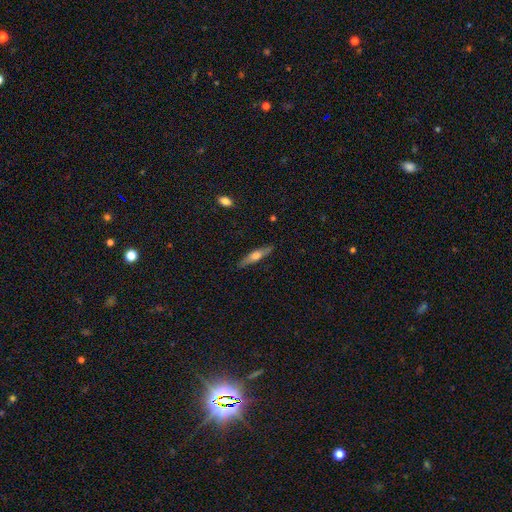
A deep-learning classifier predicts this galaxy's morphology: This appears to be a featured or disk galaxy (48%). Merging: none (86%).